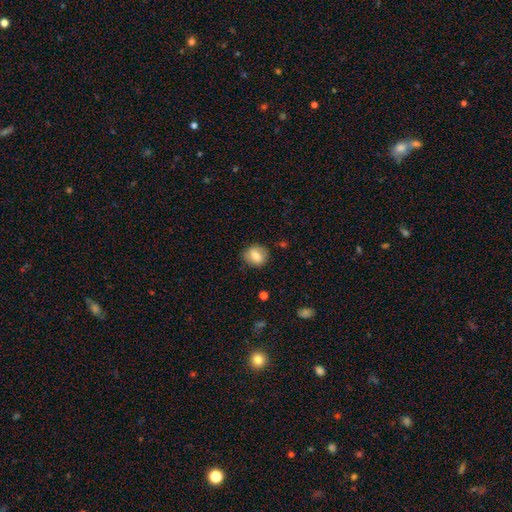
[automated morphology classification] A smooth galaxy with no disk features (75%) that is round (65%). Merging: none (82%).